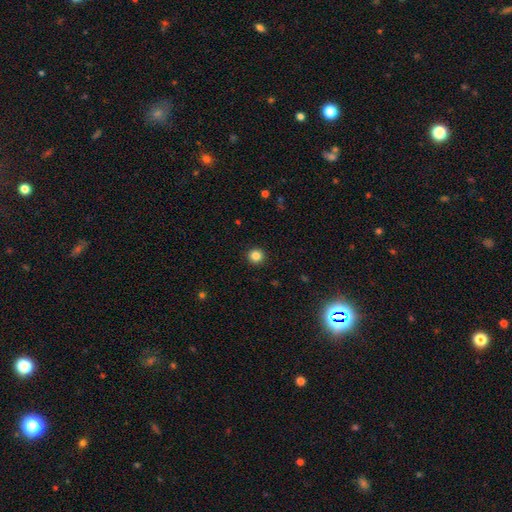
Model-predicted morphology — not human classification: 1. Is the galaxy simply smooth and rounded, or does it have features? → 84% smooth, 11% star or artifact, 4% featured or disk.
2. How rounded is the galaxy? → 93% round, 6% in between, 1% cigar-shaped.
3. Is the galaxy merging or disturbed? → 93% none, 5% minor disturbance, 2% major disturbance, 1% merger.